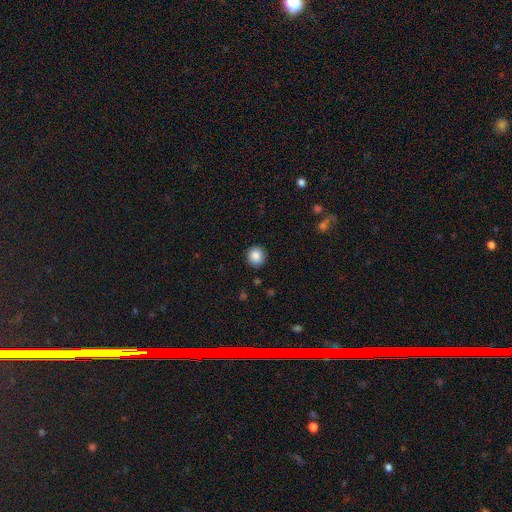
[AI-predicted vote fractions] Smooth or featured? smooth (87%)
How rounded? round (89%)
Merging? none (90%)